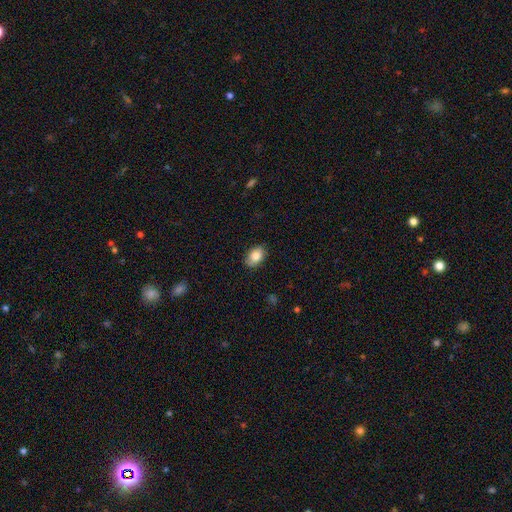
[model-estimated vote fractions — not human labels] A smooth galaxy with no disk features (84%) that is in between round and cigar-shaped (86%).

Vote fractions:
- Smooth or featured? smooth: 84% / featured or disk: 8% / star or artifact: 7%
- How rounded? in between: 86% / round: 13% / cigar-shaped: 1%
- Merging? none: 85% / minor disturbance: 12% / major disturbance: 2% / merger: 1%